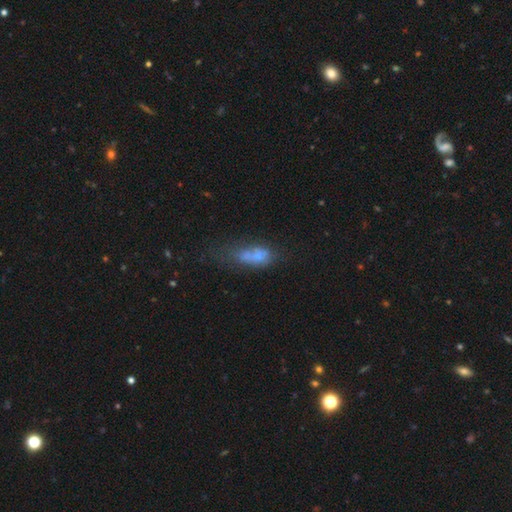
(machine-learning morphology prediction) type=smooth (55%); roundness=in between (72%); merging=merger (30%).